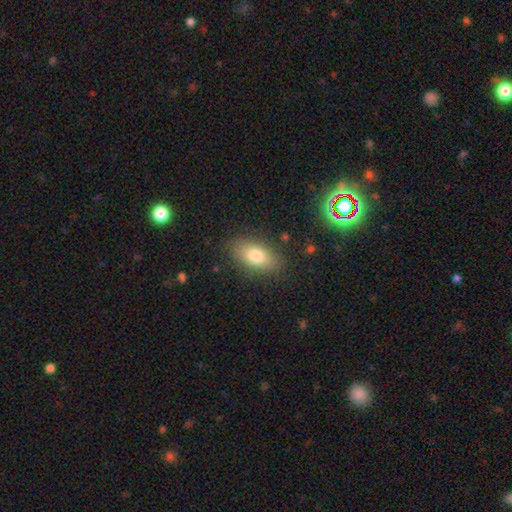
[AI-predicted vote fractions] The model was most divided on "smooth or featured": smooth: 77%, featured or disk: 15%, star or artifact: 8%. More confident: how rounded — in between (86%); merging — none (85%).